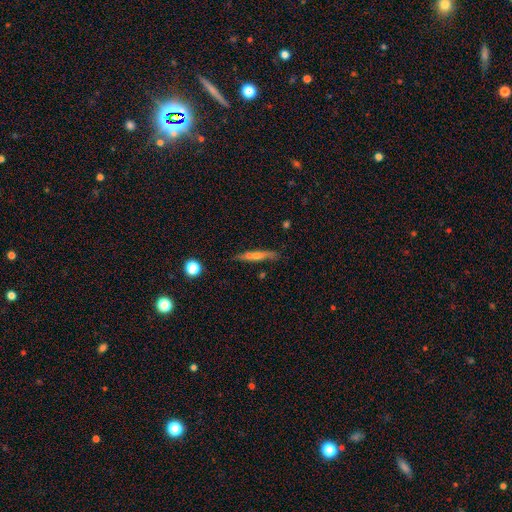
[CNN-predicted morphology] type=featured or disk (48%); merging=none (70%).